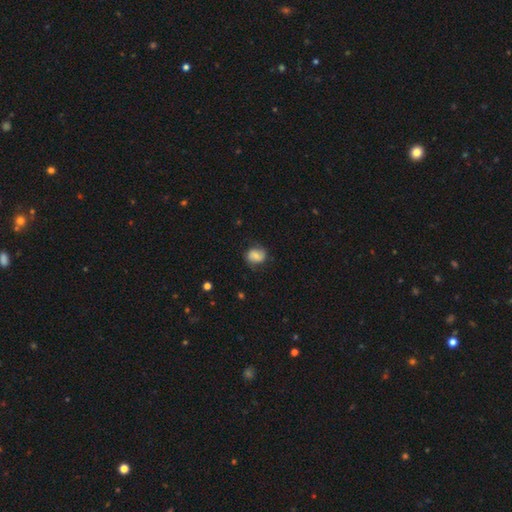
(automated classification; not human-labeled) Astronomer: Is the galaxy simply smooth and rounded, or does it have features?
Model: smooth — 64%.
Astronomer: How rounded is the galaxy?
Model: round — 55% (runner-up: in between, 44%).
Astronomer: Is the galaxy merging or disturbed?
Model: none — 72%.